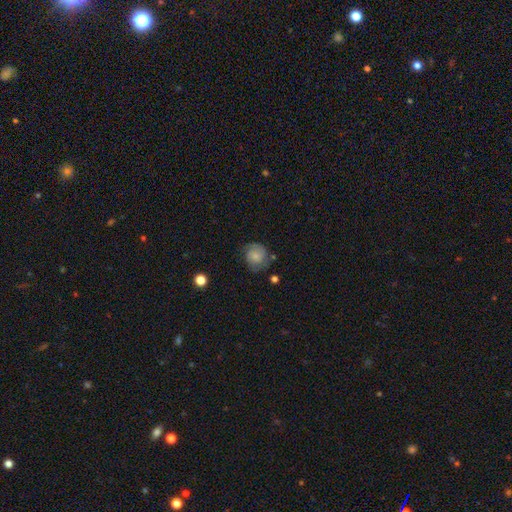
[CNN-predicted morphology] Smooth or featured?
  - smooth: 61% *
  - featured or disk: 30%
  - star or artifact: 9%
How rounded?
  - round: 80% *
  - in between: 19%
  - cigar-shaped: 1%
Merging?
  - none: 67% *
  - minor disturbance: 23%
  - major disturbance: 8%
  - merger: 3%